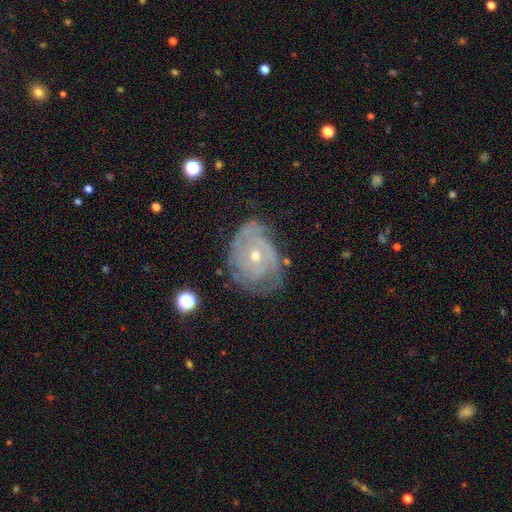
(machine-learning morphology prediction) Smooth or featured: featured or disk — 80% (smooth — 13%)
Edge-on disk: no — 96% (yes — 4%)
Bar: no — 80% (weak — 17%)
Spiral arms: yes — 88% (no — 12%)
Spiral winding: tight — 67% (medium — 25%)
Spiral arm count: can't tell — 44% (2 — 21%)
Bulge size: small — 56% (moderate — 42%)
Merging: none — 60% (minor disturbance — 27%)